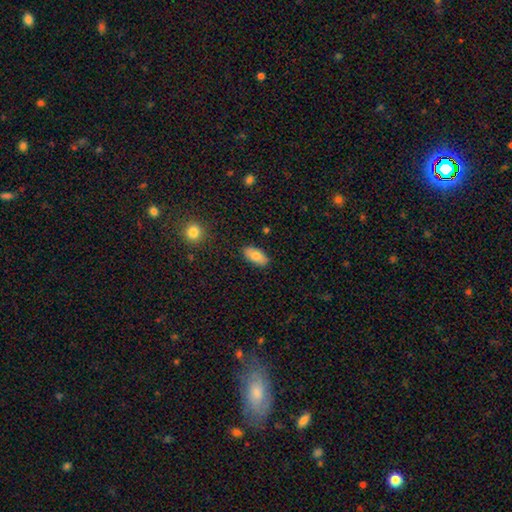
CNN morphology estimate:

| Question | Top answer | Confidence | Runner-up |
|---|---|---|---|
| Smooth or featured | smooth | 82% | featured or disk (11%) |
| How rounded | in between | 92% | cigar-shaped (5%) |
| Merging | none | 86% | minor disturbance (10%) |